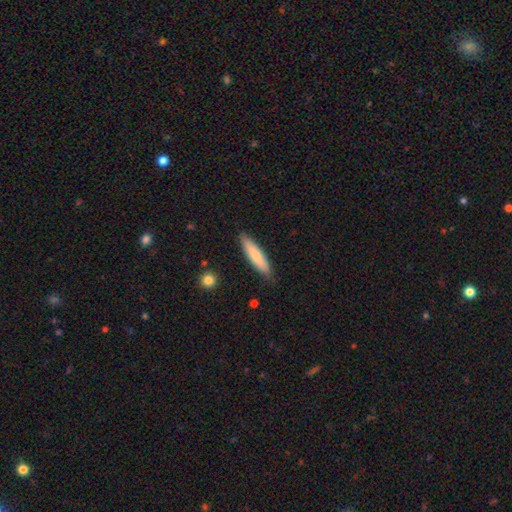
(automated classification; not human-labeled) Smooth or featured?
  - smooth: 76% *
  - featured or disk: 19%
  - star or artifact: 6%
How rounded?
  - cigar-shaped: 78% *
  - in between: 20%
  - round: 1%
Merging?
  - none: 85% *
  - minor disturbance: 12%
  - major disturbance: 2%
  - merger: 1%